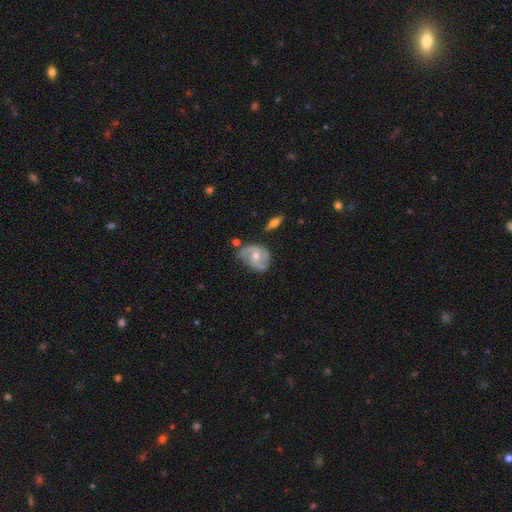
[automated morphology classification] This is likely a featured or disk galaxy (68%). It is clearly not viewed edge-on (96%). Bar: likely no (64%). Spiral arm pattern: likely yes (77%). Spiral arm count: possibly 2 (57%). Spiral winding: marginally medium (40%). Central bulge: likely moderate (70%). Merging: possibly none (49%).